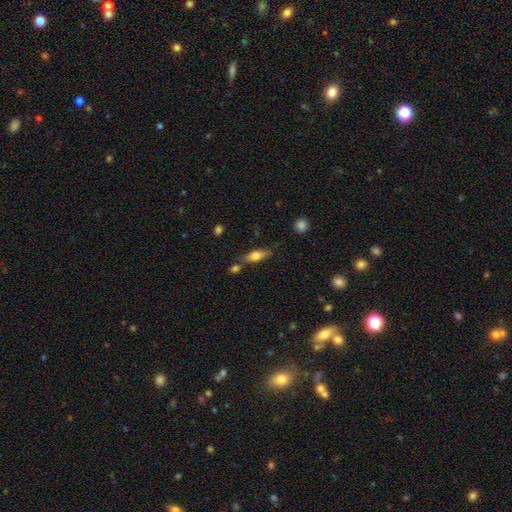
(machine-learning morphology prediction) Smooth or featured: smooth — 62% (featured or disk — 31%)
How rounded: in between — 59% (cigar-shaped — 37%)
Merging: none — 64% (minor disturbance — 16%)